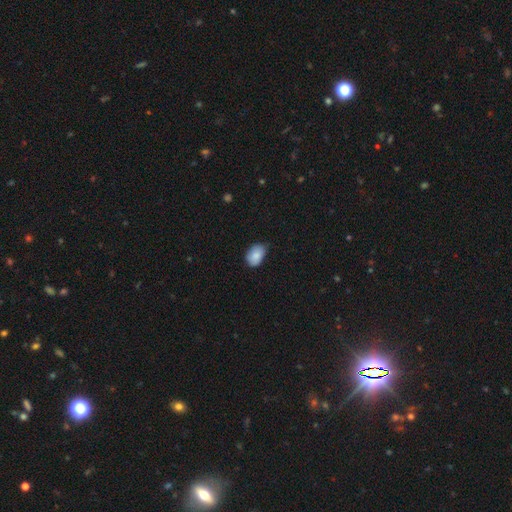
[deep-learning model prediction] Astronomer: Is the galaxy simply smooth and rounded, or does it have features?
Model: smooth — 86%.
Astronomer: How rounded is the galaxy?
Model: in between — 82%.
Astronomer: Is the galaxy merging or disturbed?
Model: none — 61%.